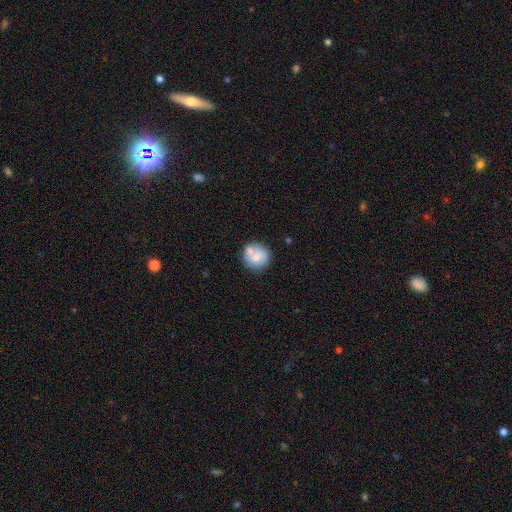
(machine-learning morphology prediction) This appears to be a smooth galaxy with no disk features (64%) that is round (88%). Merging: none (57%).